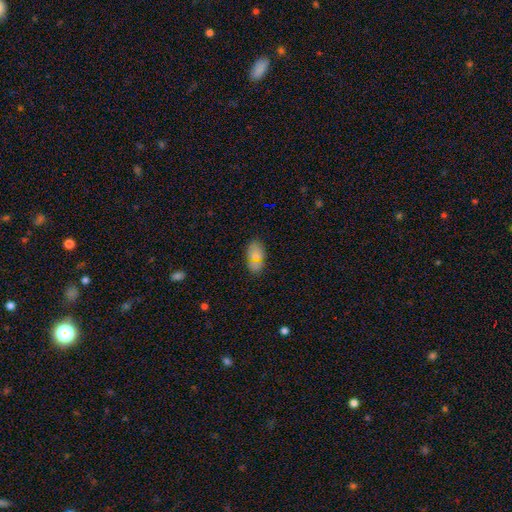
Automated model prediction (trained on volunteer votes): This appears to be a smooth galaxy with no disk features (73%) that is in between round and cigar-shaped (92%). Merging: none (87%).